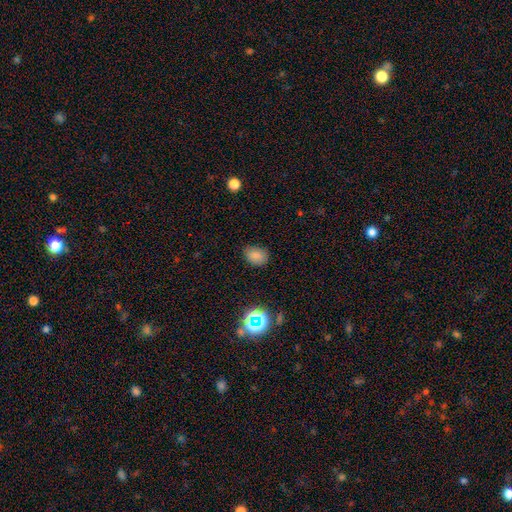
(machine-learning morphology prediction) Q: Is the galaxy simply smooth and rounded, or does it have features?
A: smooth — 79%.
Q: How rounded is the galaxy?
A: in between — 69%.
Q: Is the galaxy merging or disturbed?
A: none — 79%.